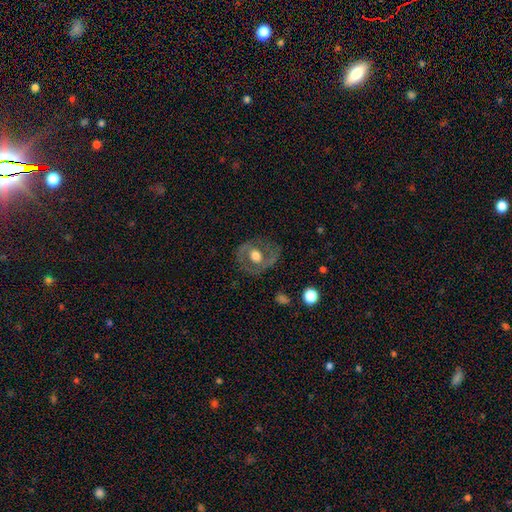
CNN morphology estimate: type=featured or disk (61%); edge-on=no (95%); bar=no (70%); spiral arms=no (57%); bulge=moderate (56%); merging=none (72%).